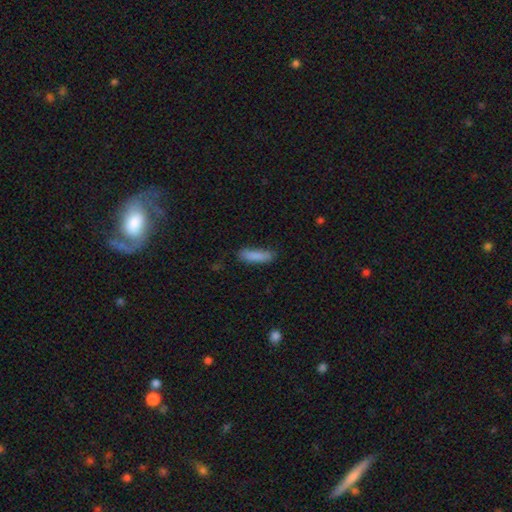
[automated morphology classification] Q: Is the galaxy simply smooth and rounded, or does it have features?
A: smooth — 86%.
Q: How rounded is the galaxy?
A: cigar-shaped — 65%.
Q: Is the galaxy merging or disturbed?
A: none — 73%.